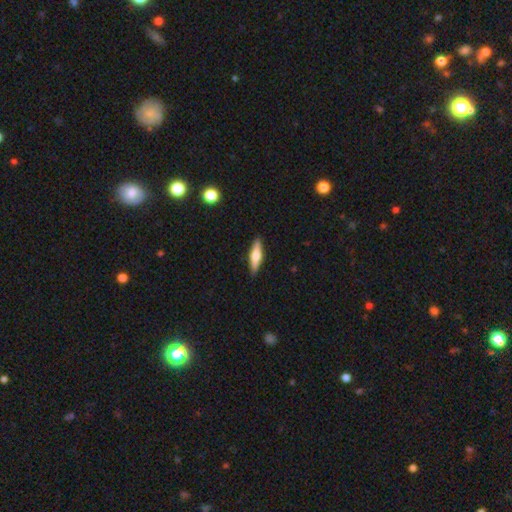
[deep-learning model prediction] featured or disk 48%, smooth 46%, star or artifact 6%. Down the decision tree: merging — none (90%).